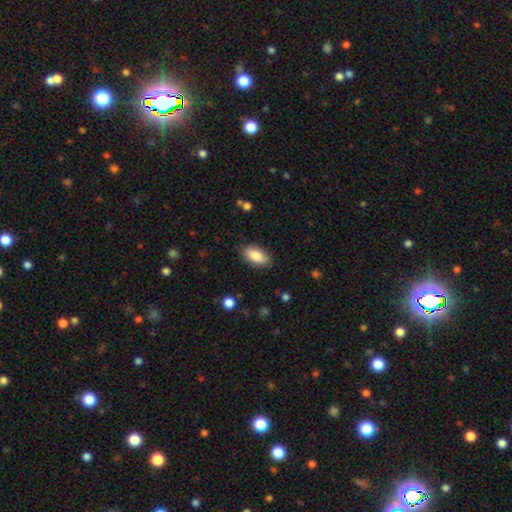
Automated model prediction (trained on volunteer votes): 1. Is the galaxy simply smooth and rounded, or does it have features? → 84% smooth, 9% featured or disk, 6% star or artifact.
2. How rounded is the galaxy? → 90% in between, 8% cigar-shaped, 3% round.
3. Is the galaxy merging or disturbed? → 86% none, 10% minor disturbance, 2% major disturbance, 1% merger.